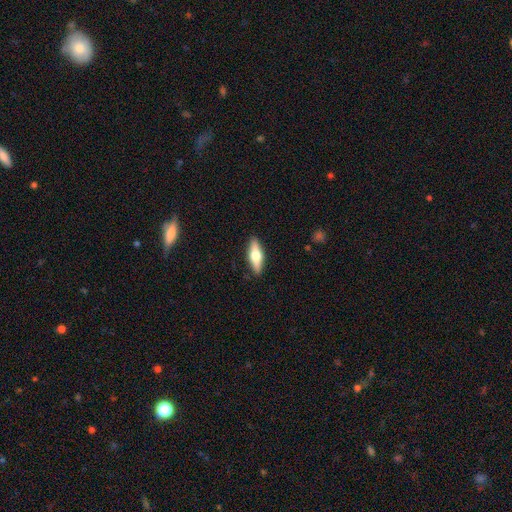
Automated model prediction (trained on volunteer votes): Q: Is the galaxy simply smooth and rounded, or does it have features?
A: featured or disk — 49%.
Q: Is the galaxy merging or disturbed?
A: none — 89%.